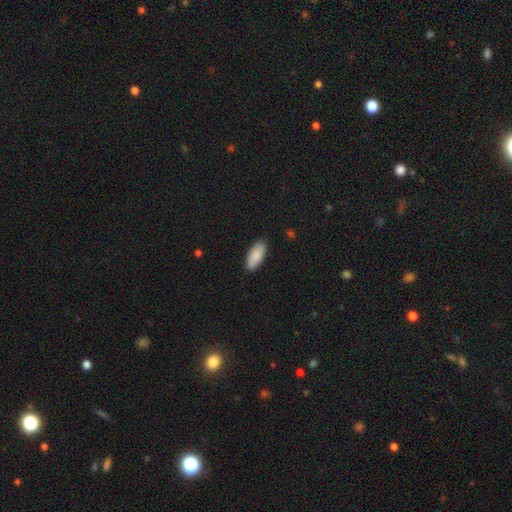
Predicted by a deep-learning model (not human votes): smooth-or-featured: smooth: 89% | star or artifact: 6% | featured or disk: 5%
  how-rounded: in between: 84% | cigar-shaped: 14% | round: 2%
  merging: none: 89% | minor disturbance: 8% | major disturbance: 2% | merger: 1%